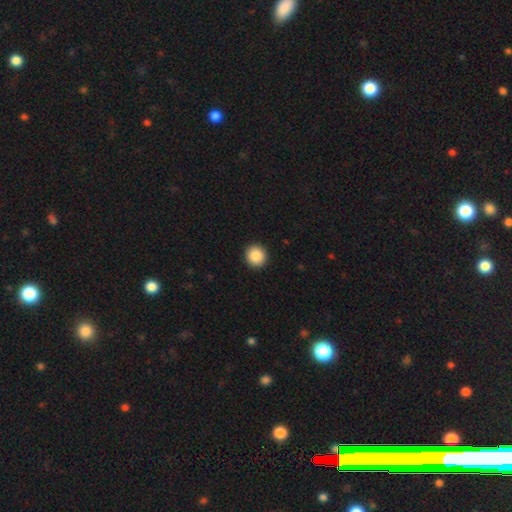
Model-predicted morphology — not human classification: Smooth or featured? smooth (87%)
How rounded? round (90%)
Merging? none (93%)